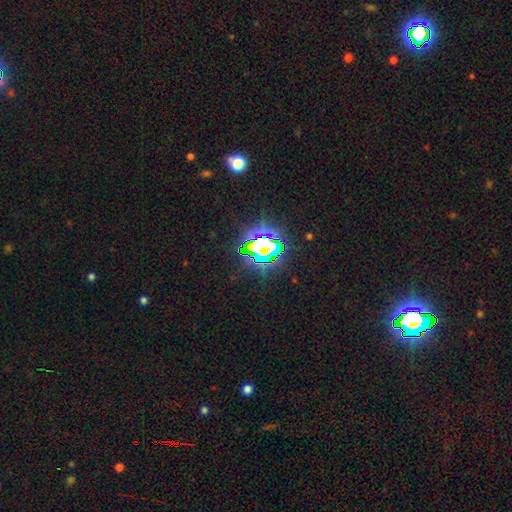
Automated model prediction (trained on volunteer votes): Morphology: type=star or artifact (79%).